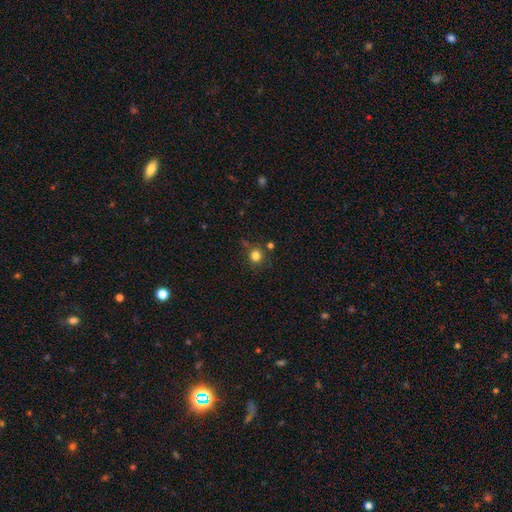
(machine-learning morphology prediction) Smooth or featured? smooth (81%)
How rounded? round (92%)
Merging? none (79%)